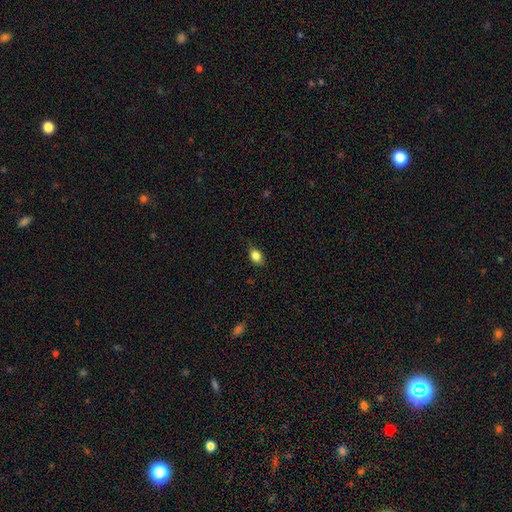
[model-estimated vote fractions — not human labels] smooth 85%, star or artifact 10%, featured or disk 5%. Down the decision tree: how rounded — in between (75%); merging — none (77%).